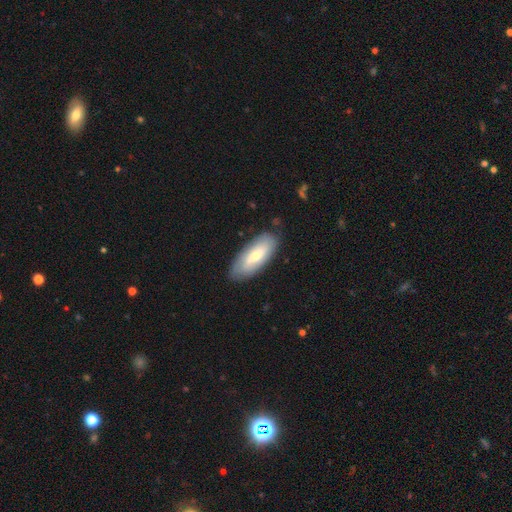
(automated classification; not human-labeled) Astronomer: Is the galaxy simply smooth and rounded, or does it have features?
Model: smooth — 56% (runner-up: featured or disk, 39%).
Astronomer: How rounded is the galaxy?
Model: in between — 79%.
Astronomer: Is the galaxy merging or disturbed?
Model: none — 83%.